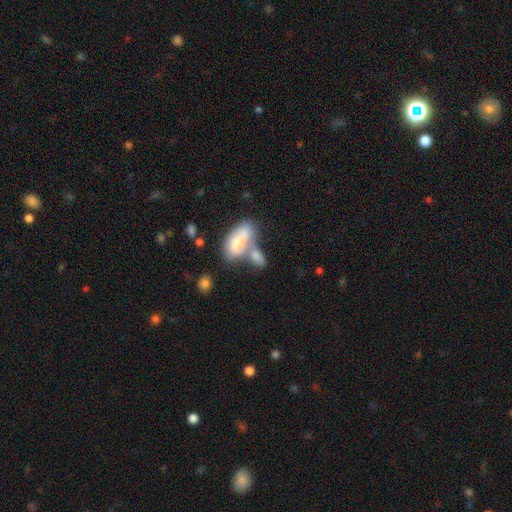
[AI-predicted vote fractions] The model was most divided on "merging": merger: 54%, none: 28%, minor disturbance: 12%, major disturbance: 6%. More confident: how rounded — in between (85%); smooth or featured — smooth (72%).